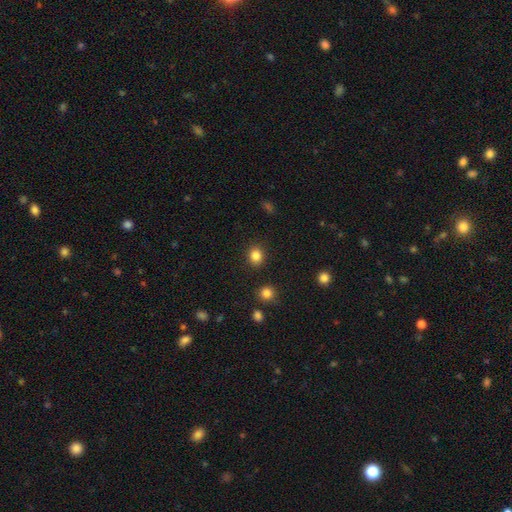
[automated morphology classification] Overall: smooth (84%). How rounded: round (73%). Merging: none (90%).